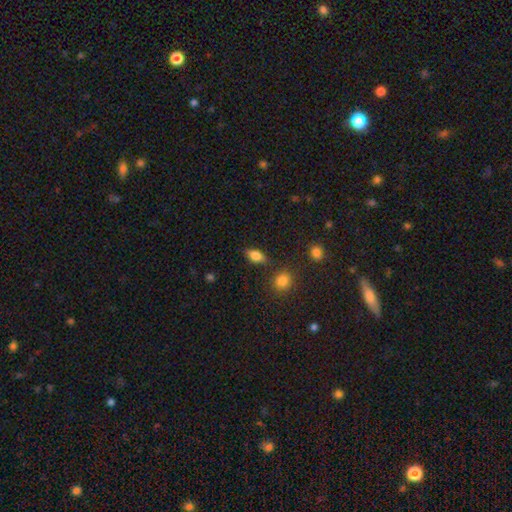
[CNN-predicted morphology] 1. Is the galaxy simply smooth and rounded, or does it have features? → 77% smooth, 14% featured or disk, 9% star or artifact.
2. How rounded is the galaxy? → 82% in between, 10% round, 8% cigar-shaped.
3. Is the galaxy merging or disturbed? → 80% none, 12% minor disturbance, 4% merger, 3% major disturbance.